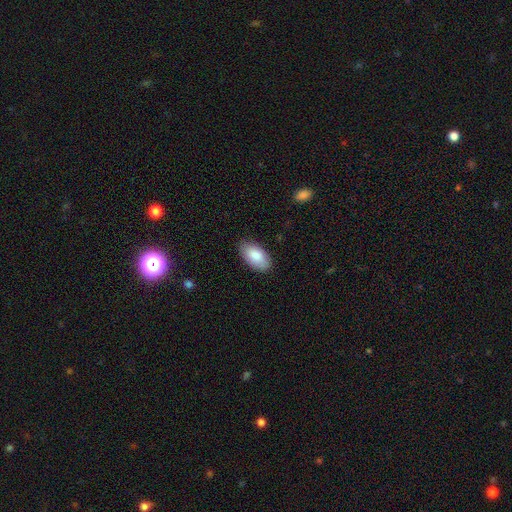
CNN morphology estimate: Smooth or featured: smooth — 85% (featured or disk — 9%)
How rounded: in between — 96% (round — 3%)
Merging: none — 85% (minor disturbance — 12%)